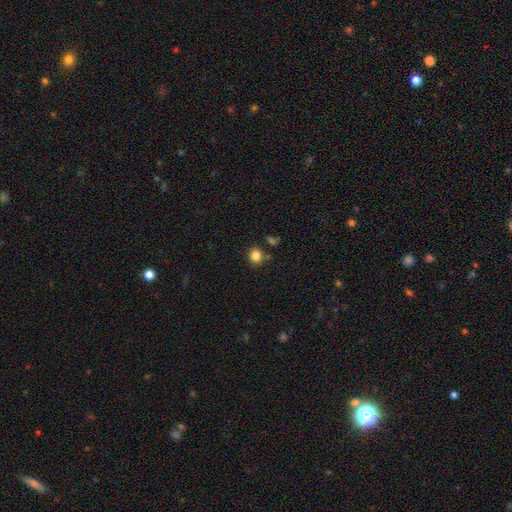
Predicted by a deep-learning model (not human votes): Smooth or featured? Predicted: smooth (p=0.84). How rounded? Predicted: round (p=0.86). Merging? Predicted: none (p=0.84).